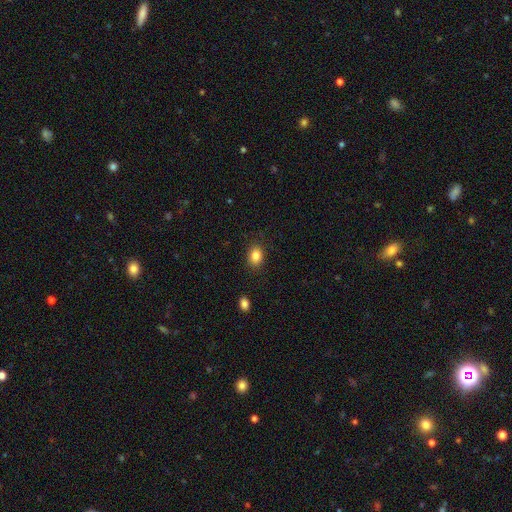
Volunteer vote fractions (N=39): This is clearly a smooth galaxy (87%). How rounded: likely in between (65%). Merging: clearly none (83%).